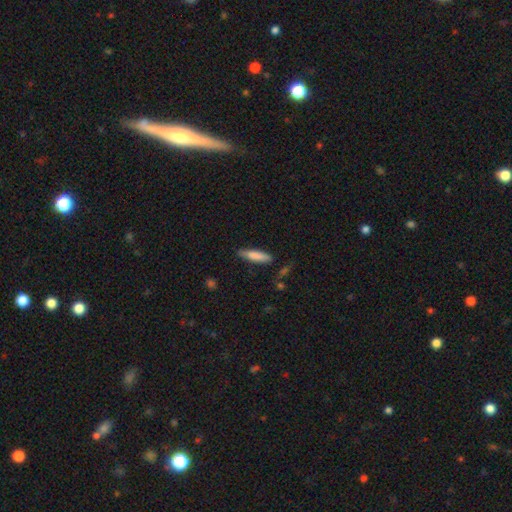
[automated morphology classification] The model was most divided on "how rounded": cigar-shaped: 75%, in between: 23%, round: 1%. More confident: smooth or featured — smooth (81%); merging — none (79%).